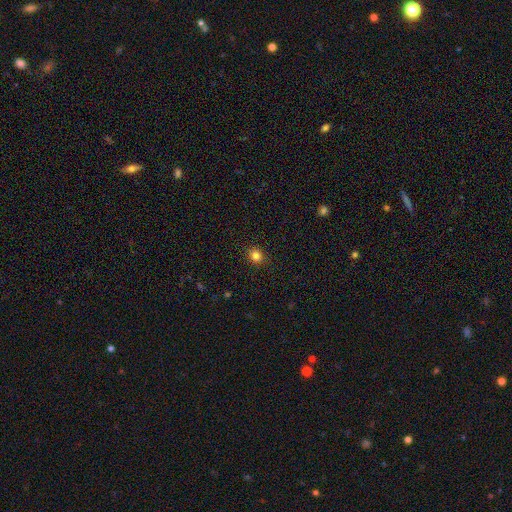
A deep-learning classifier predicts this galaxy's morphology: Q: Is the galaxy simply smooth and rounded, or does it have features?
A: smooth — 83%.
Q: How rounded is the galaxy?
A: round — 83%.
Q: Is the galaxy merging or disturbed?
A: none — 91%.